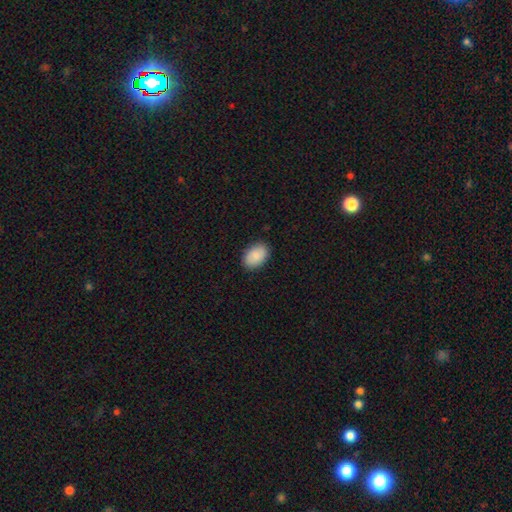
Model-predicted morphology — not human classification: This is clearly a smooth galaxy (88%). How rounded: clearly in between (86%). Merging: clearly none (88%).